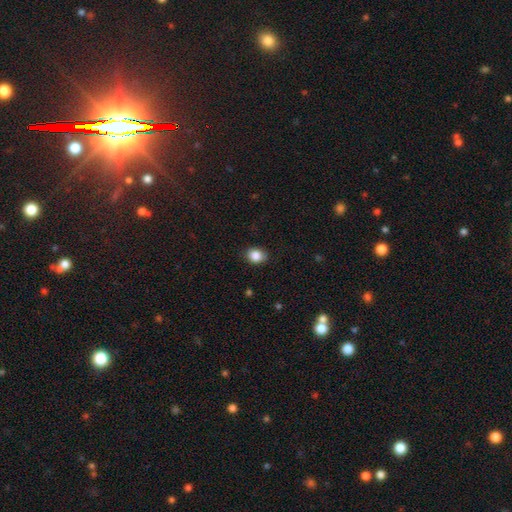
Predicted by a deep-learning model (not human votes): Morphology: type=smooth (86%); roundness=round (54%); merging=none (87%).